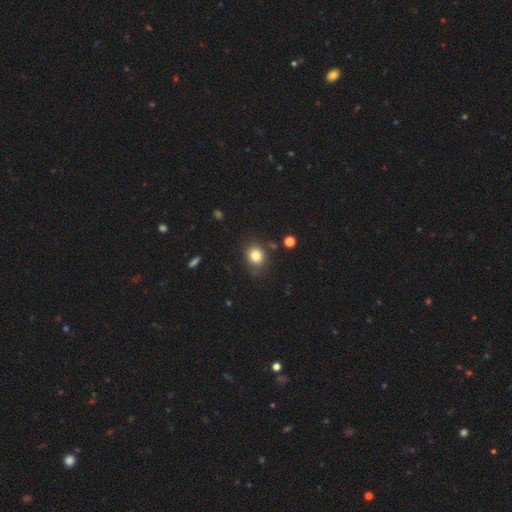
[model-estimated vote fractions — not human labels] Q: Smooth or featured?
A: smooth (81%); runner-up: star or artifact (12%)
Q: How rounded?
A: round (69%); runner-up: in between (30%)
Q: Merging?
A: none (80%); runner-up: minor disturbance (12%)